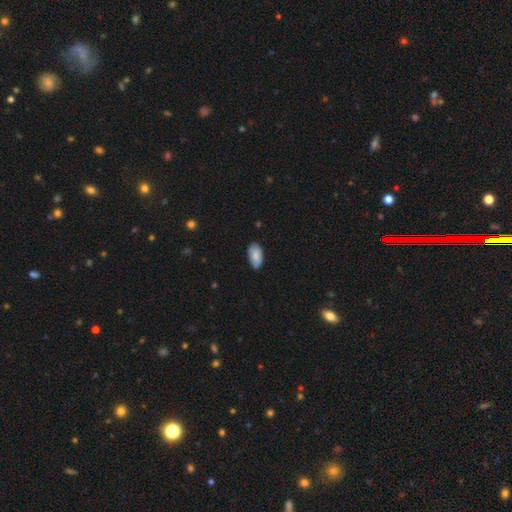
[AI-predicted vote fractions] Smooth or featured?
  - smooth: 81% *
  - featured or disk: 13%
  - star or artifact: 7%
How rounded?
  - in between: 94% *
  - cigar-shaped: 3%
  - round: 2%
Merging?
  - none: 76% *
  - minor disturbance: 20%
  - major disturbance: 3%
  - merger: 1%